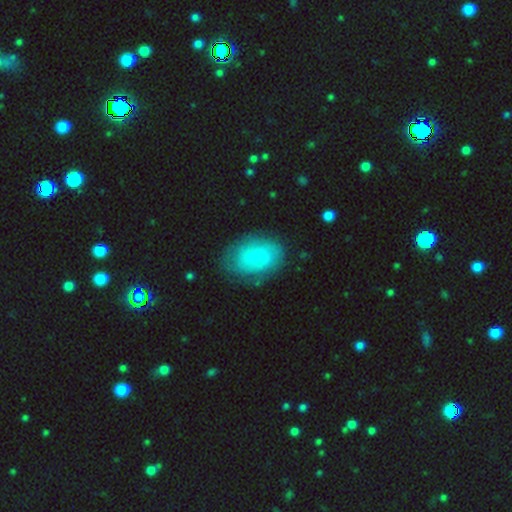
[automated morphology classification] smooth_or_featured: smooth (p=0.59) [alt: featured or disk p=0.32]
how_rounded: in between (p=0.81) [alt: round p=0.18]
merging: none (p=0.65) [alt: minor disturbance p=0.23]